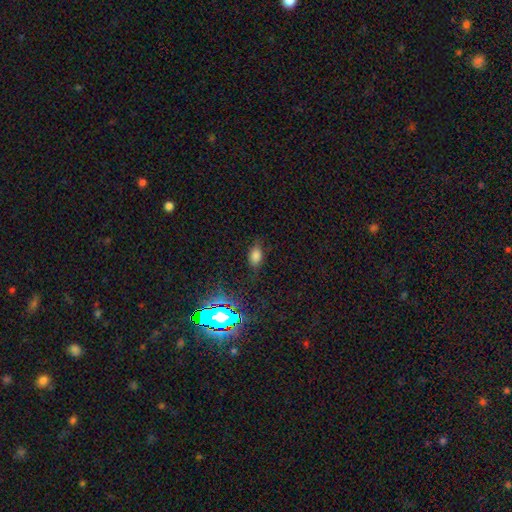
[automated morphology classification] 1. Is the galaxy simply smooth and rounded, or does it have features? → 72% smooth, 19% star or artifact, 8% featured or disk.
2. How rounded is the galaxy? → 87% in between, 10% round, 3% cigar-shaped.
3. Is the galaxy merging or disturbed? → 76% none, 17% minor disturbance, 6% major disturbance, 2% merger.